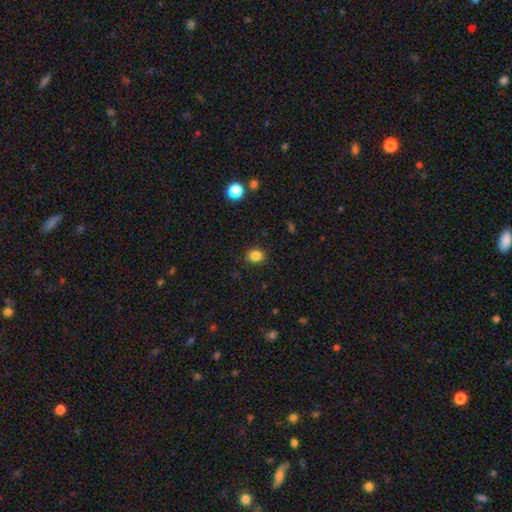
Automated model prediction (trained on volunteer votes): The model was most divided on "how rounded": round: 56%, in between: 43%, cigar-shaped: 1%. More confident: merging — none (88%); smooth or featured — smooth (84%).